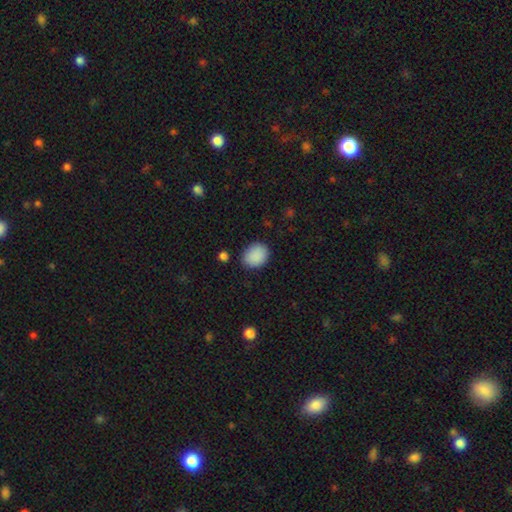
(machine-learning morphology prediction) This appears to be a smooth galaxy with no disk features (89%) that is round (52%). Merging: none (83%).